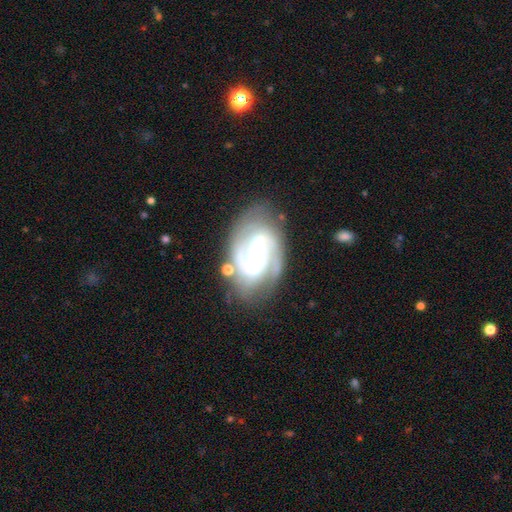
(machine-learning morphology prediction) type=featured or disk (91%); edge-on=no (97%); bar=weak (42%); spiral arms=yes (98%); winding=medium (53%); arm count=2 (78%); bulge=moderate (50%); merging=none (74%).